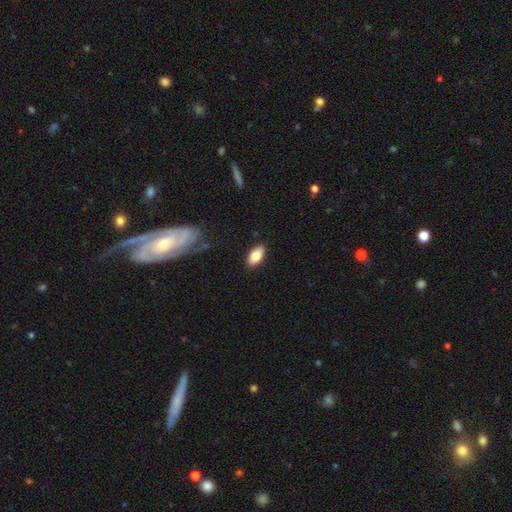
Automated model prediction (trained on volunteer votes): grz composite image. It shows a smooth galaxy with no disk features (82%) that is in between round and cigar-shaped (93%). Merging: none (86%).